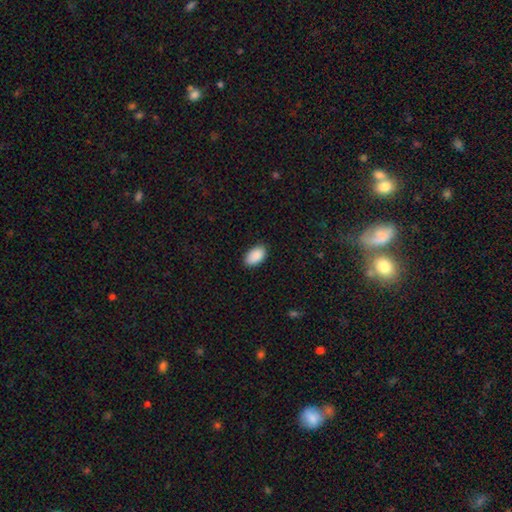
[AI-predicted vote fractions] Smooth or featured? Predicted: smooth (p=0.91). How rounded? Predicted: in between (p=0.94). Merging? Predicted: none (p=0.86).